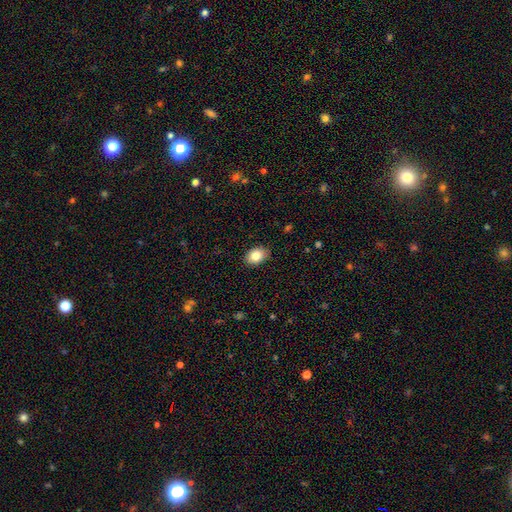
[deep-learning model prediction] Overall: smooth (83%). How rounded: in between (79%). Merging: none (87%).